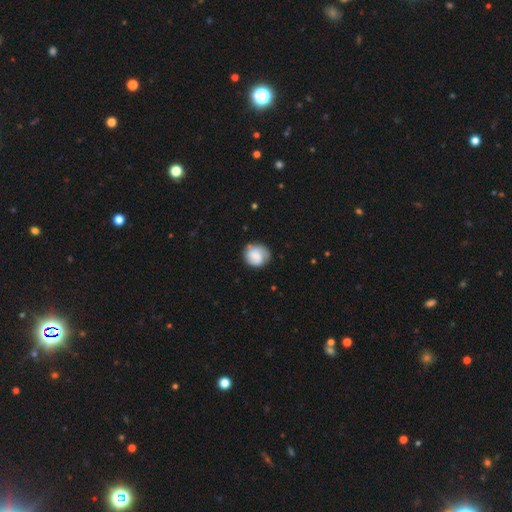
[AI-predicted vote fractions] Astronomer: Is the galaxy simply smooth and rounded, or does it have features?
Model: smooth — 67%.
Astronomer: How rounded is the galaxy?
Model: round — 79%.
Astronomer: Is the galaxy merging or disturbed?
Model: none — 69%.